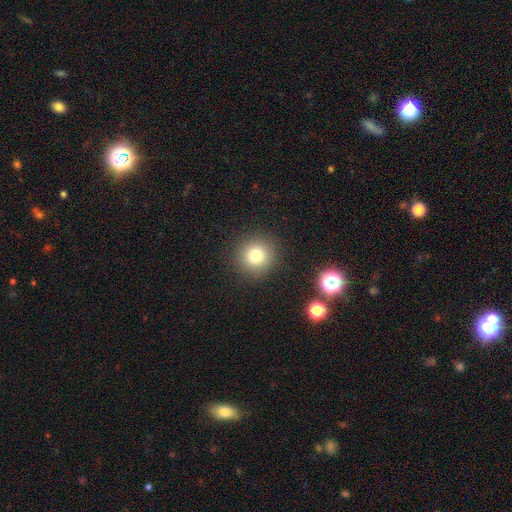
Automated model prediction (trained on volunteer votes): This is likely a smooth galaxy (79%). How rounded: clearly round (93%). Merging: clearly none (89%).